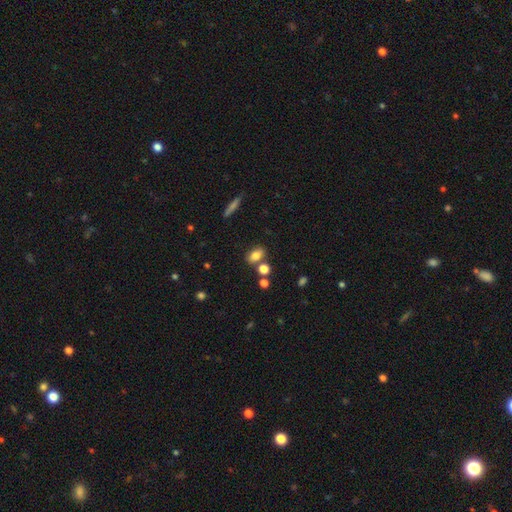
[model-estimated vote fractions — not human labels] This is likely a smooth galaxy (79%). How rounded: likely in between (79%). Merging: likely none (68%).